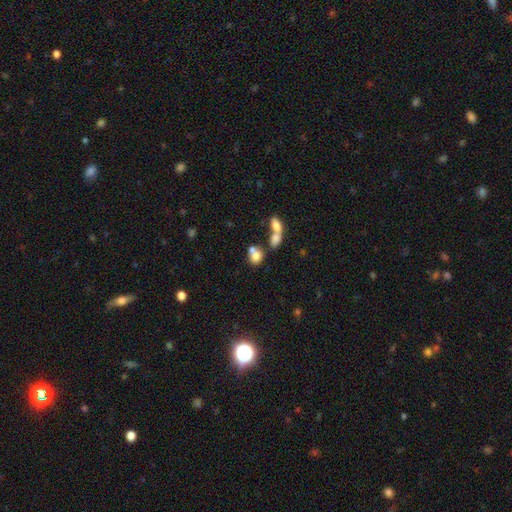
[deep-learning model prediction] Smooth or featured?
  - smooth: 75% *
  - featured or disk: 15%
  - star or artifact: 10%
How rounded?
  - round: 54% *
  - in between: 44%
  - cigar-shaped: 2%
Merging?
  - merger: 57% *
  - none: 29%
  - minor disturbance: 9%
  - major disturbance: 6%